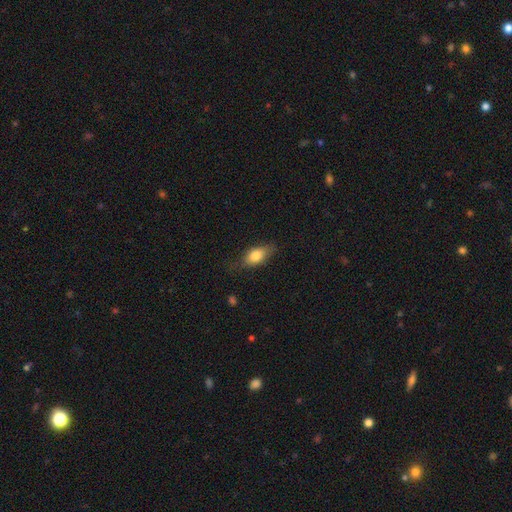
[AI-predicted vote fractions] A smooth galaxy with no disk features (78%) that is in between round and cigar-shaped (82%). Merging: none (68%).